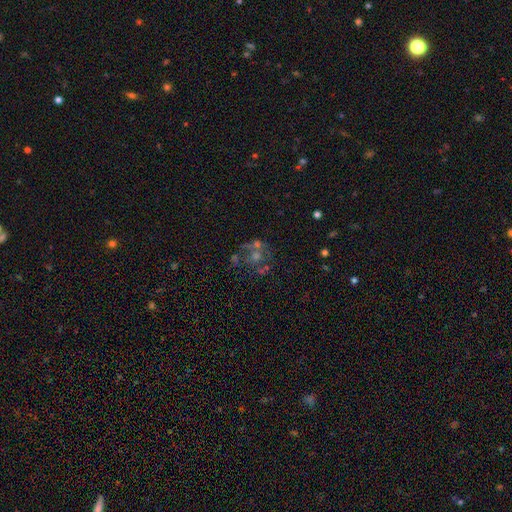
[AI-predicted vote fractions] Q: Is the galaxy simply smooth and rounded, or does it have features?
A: featured or disk — 50%.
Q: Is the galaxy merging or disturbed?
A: none — 46%.